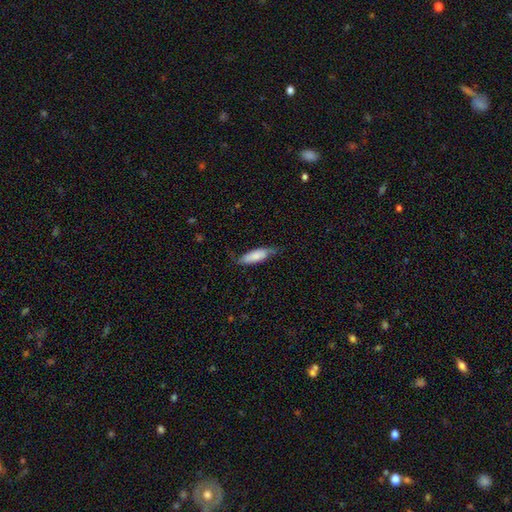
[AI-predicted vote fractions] smooth 70%, featured or disk 23%, star or artifact 6%. Down the decision tree: how rounded — in between (60%); merging — none (61%).